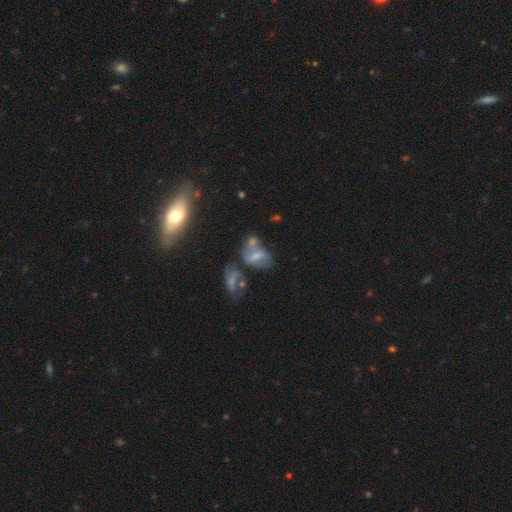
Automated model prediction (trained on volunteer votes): Overall: featured or disk (45%; smooth 42%). Merging: merger (43%; none 27%).